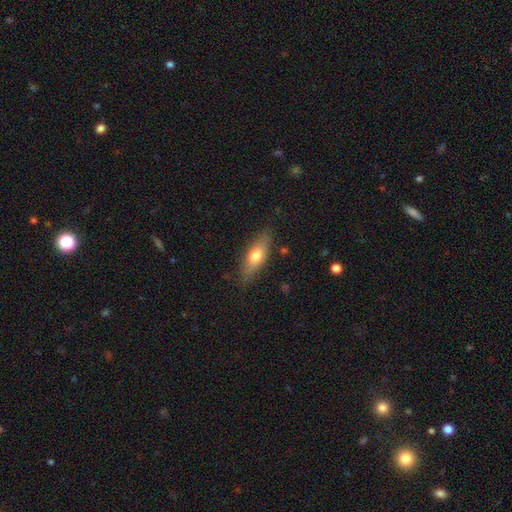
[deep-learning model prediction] Q: Smooth or featured?
A: smooth (66%); runner-up: featured or disk (28%)
Q: How rounded?
A: in between (61%); runner-up: cigar-shaped (36%)
Q: Merging?
A: none (82%); runner-up: minor disturbance (13%)